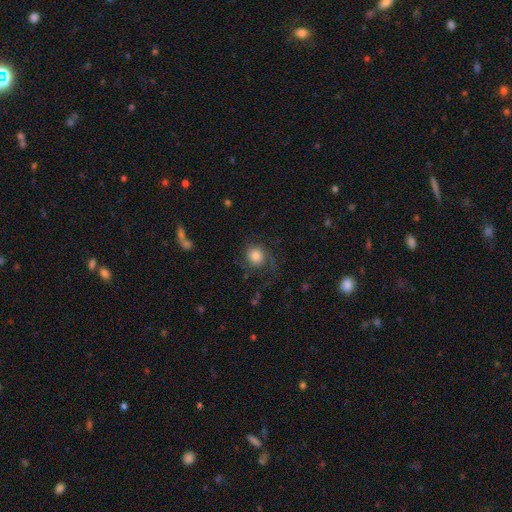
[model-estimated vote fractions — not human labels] Overall: smooth (63%; featured or disk 28%). How rounded: round (78%). Merging: none (58%; major disturbance 21%).